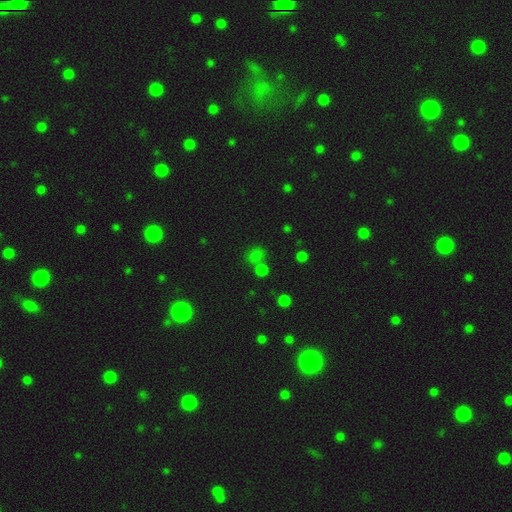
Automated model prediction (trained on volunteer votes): smooth 62%, star or artifact 32%, featured or disk 6%. Down the decision tree: how rounded — round (64%); merging — none (55%).